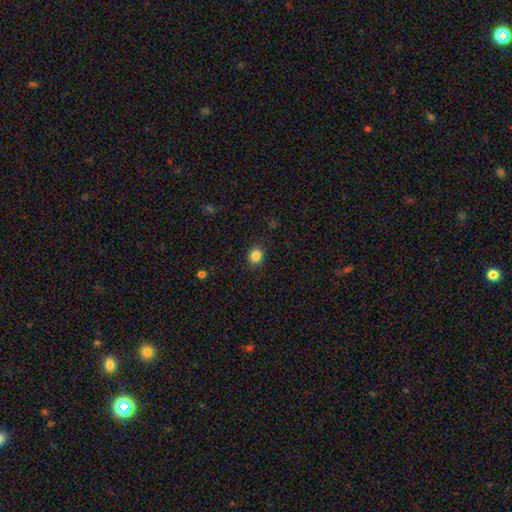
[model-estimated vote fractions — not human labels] This appears to be a smooth galaxy with no disk features (85%) that is round (76%). Merging: none (88%).